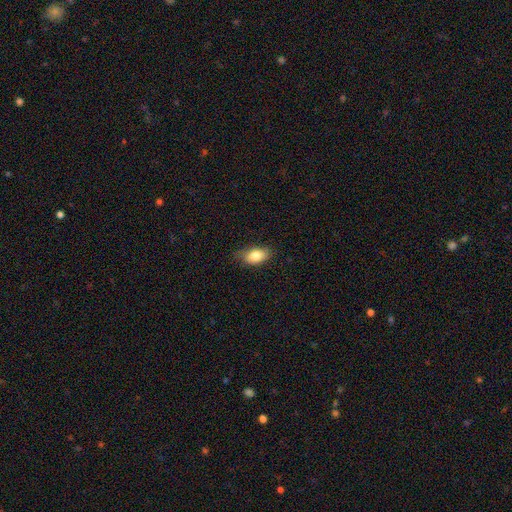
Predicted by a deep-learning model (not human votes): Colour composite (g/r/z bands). It shows a smooth galaxy with no disk features (82%) that is in between round and cigar-shaped (88%). Merging: none (75%).